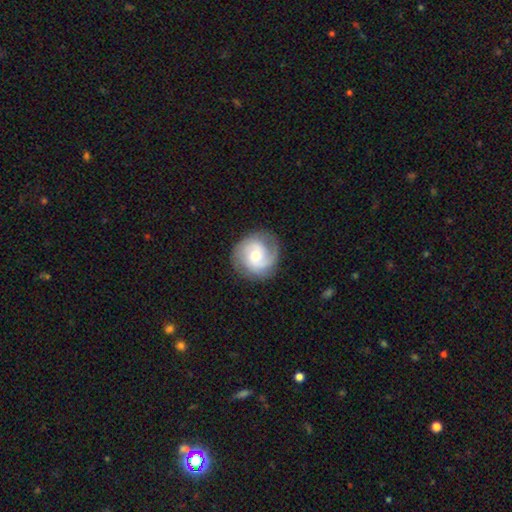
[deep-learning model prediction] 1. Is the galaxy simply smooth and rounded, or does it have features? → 70% featured or disk, 23% smooth, 6% star or artifact.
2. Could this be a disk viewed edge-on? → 98% no, 2% yes.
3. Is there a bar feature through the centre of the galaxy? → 58% no, 36% weak, 6% strong.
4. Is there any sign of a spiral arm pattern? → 93% yes, 7% no.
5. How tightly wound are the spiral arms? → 44% medium, 38% tight, 17% loose.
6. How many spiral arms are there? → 60% 2, 14% can't tell, 13% 3, 8% 1, 3% 4, 3% more than 4.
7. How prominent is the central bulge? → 57% moderate, 31% small, 9% large, 2% none, 1% dominant.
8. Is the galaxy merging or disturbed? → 81% none, 13% minor disturbance, 5% major disturbance, 1% merger.